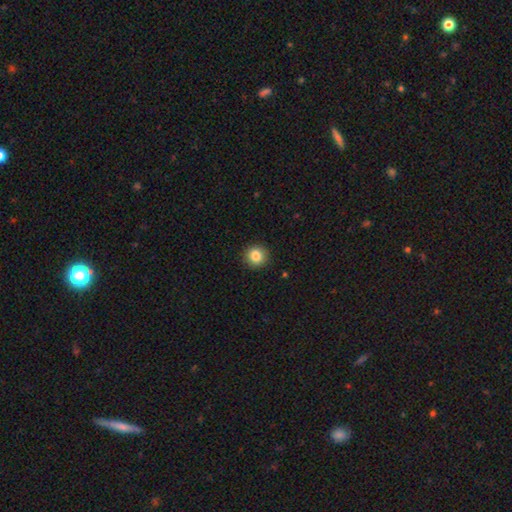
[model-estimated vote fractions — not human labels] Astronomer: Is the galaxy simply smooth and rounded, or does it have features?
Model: smooth — 85%.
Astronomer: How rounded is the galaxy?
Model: round — 93%.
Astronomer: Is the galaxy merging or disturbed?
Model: none — 92%.